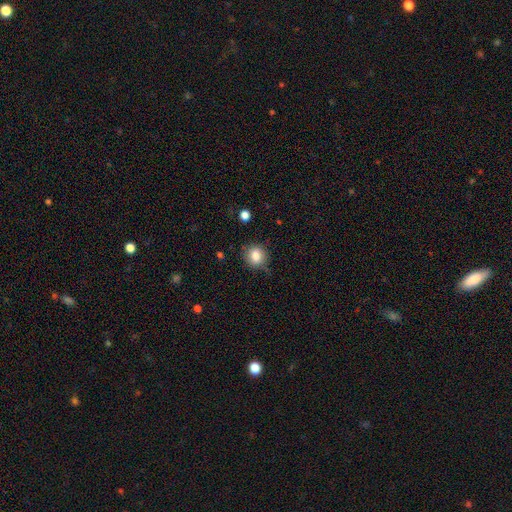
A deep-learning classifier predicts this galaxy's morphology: Smooth or featured? smooth (83%)
How rounded? round (77%)
Merging? none (79%)